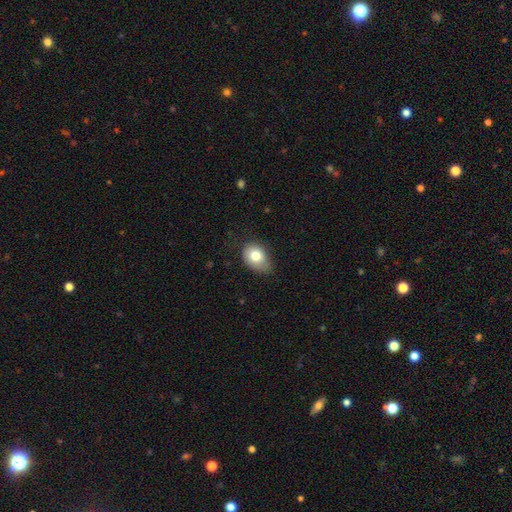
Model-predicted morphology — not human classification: This is likely a smooth galaxy (78%). How rounded: likely in between (72%). Merging: possibly none (53%).